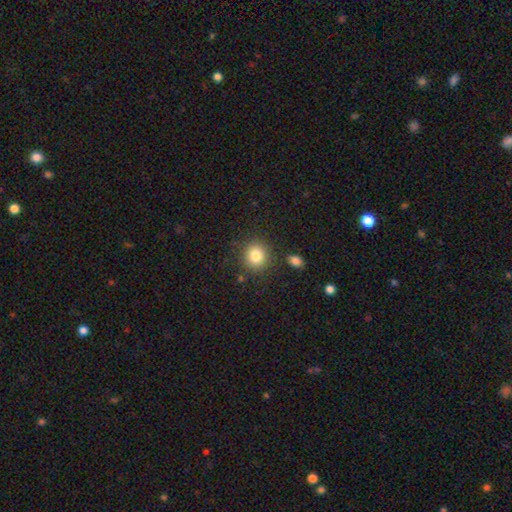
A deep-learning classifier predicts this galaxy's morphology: Smooth or featured?
  - smooth: 82% *
  - star or artifact: 11%
  - featured or disk: 7%
How rounded?
  - round: 86% *
  - in between: 13%
  - cigar-shaped: 1%
Merging?
  - none: 85% *
  - minor disturbance: 8%
  - merger: 4%
  - major disturbance: 3%